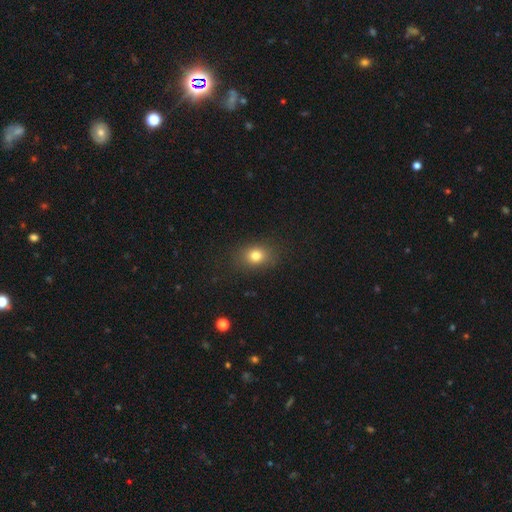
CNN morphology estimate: type=smooth (79%); roundness=in between (53%); merging=none (84%).